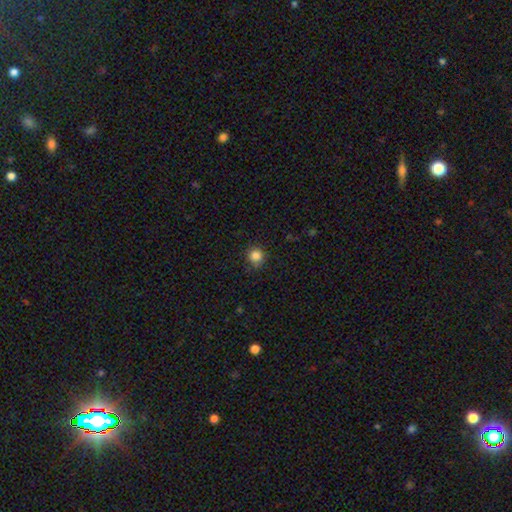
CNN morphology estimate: A smooth galaxy with no disk features (85%) that is round (94%). Merging: none (85%).